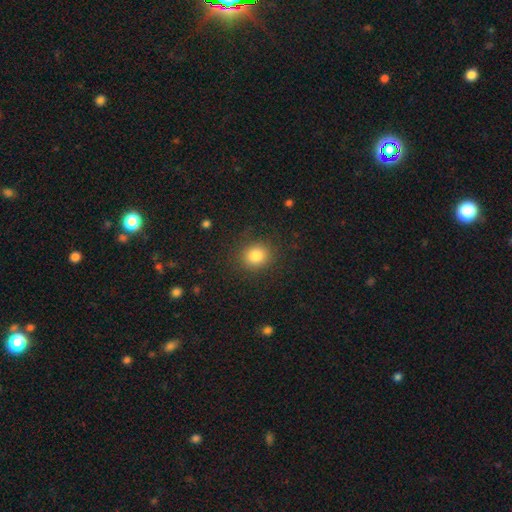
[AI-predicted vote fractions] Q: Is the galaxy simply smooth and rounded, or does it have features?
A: smooth — 83%.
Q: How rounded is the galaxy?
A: round — 76%.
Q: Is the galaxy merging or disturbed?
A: none — 86%.